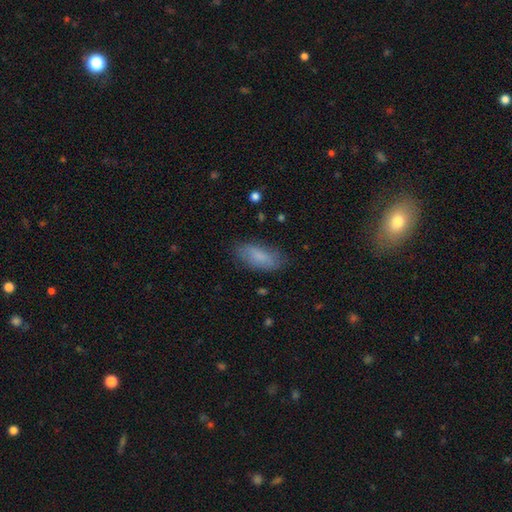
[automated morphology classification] A smooth galaxy with no disk features (79%) that is in between round and cigar-shaped (81%). Merging: none (79%).